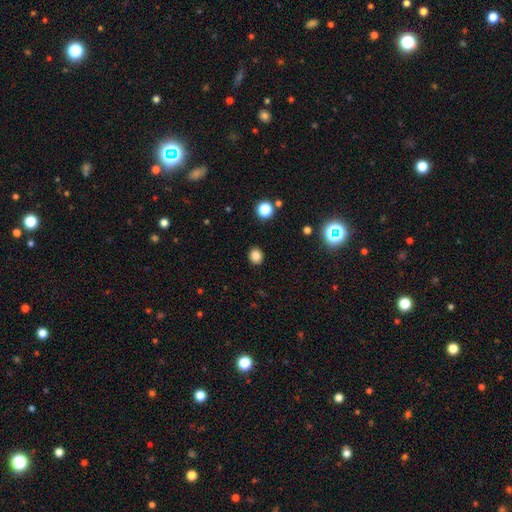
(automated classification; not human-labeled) This is clearly a smooth galaxy (82%). How rounded: likely round (72%). Merging: clearly none (90%).